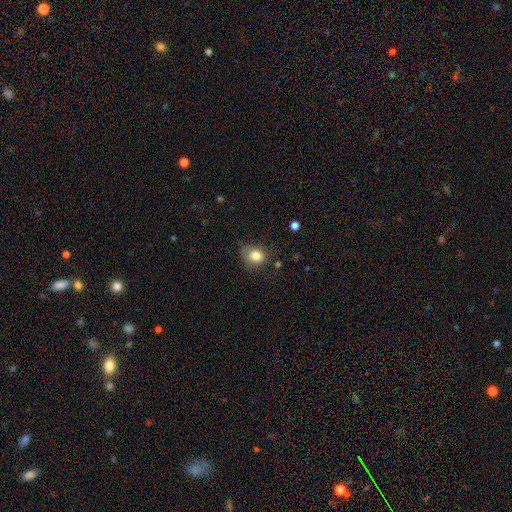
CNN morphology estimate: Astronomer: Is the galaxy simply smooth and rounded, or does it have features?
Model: smooth — 81%.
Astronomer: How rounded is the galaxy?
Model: round — 65%.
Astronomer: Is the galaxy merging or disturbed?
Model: none — 63%.